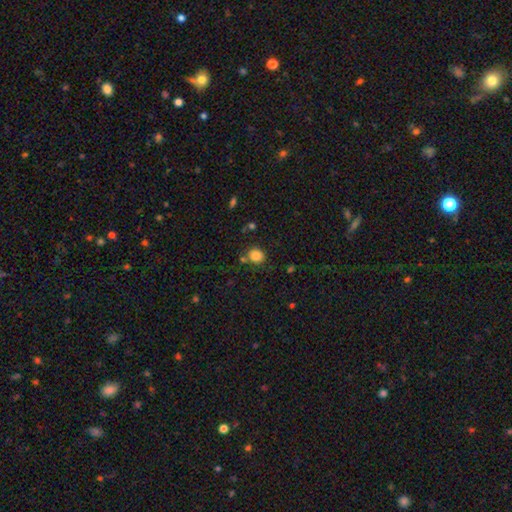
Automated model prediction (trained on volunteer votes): Q: Smooth or featured?
A: smooth (83%); runner-up: star or artifact (11%)
Q: How rounded?
A: round (76%); runner-up: in between (23%)
Q: Merging?
A: none (76%); runner-up: minor disturbance (11%)